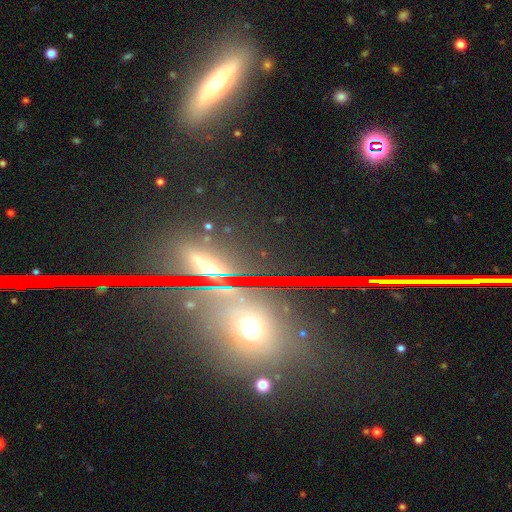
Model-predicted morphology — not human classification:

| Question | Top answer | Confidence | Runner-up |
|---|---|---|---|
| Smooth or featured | star or artifact | 58% | smooth (23%) |